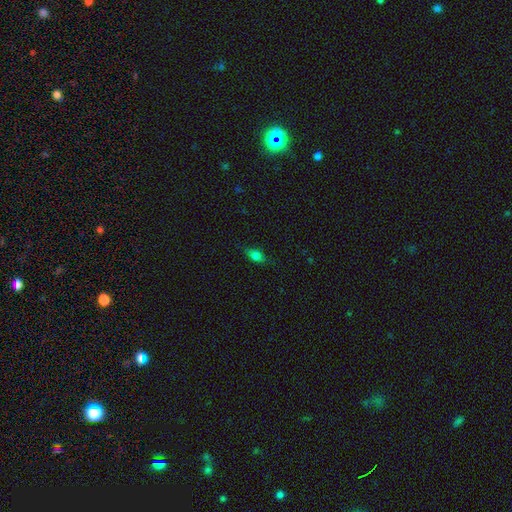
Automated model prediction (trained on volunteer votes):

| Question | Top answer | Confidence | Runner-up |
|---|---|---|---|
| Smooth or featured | smooth | 70% | featured or disk (19%) |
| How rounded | in between | 74% | round (13%) |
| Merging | none | 77% | minor disturbance (18%) |